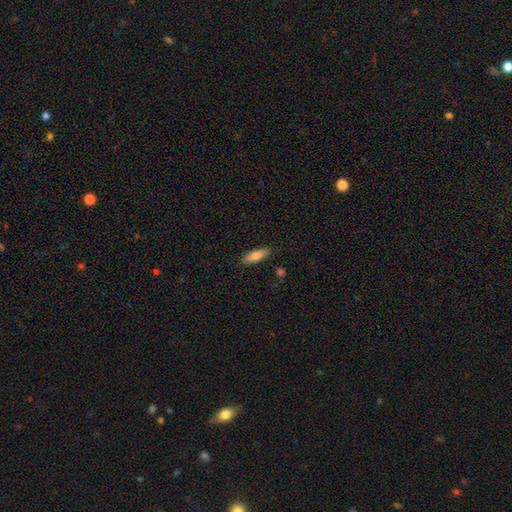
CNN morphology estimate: The model was most divided on "how rounded": in between: 60%, cigar-shaped: 38%, round: 2%. More confident: merging — none (85%); smooth or featured — smooth (78%).